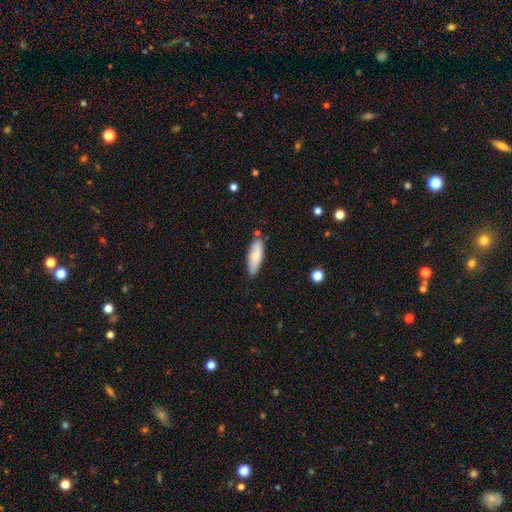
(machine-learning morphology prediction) Q: Smooth or featured?
A: smooth (80%); runner-up: featured or disk (14%)
Q: How rounded?
A: in between (63%); runner-up: cigar-shaped (35%)
Q: Merging?
A: none (77%); runner-up: minor disturbance (16%)